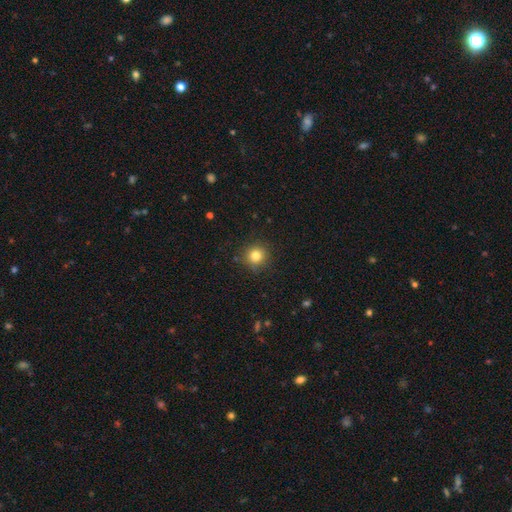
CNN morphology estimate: Smooth or featured: smooth — 81% (star or artifact — 13%)
How rounded: round — 93% (in between — 6%)
Merging: none — 88% (minor disturbance — 9%)